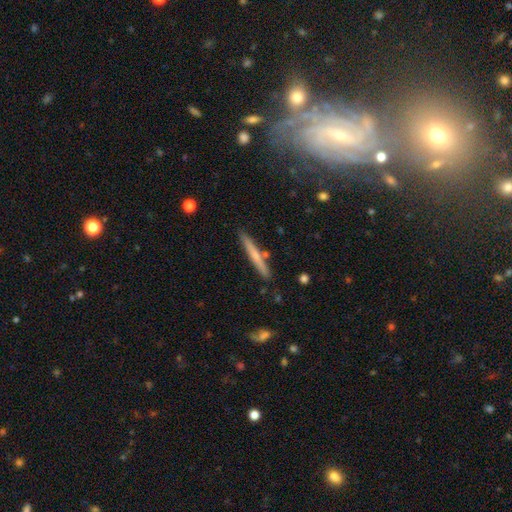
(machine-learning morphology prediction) Smooth or featured? smooth (52%)
How rounded? cigar-shaped (96%)
Merging? none (86%)